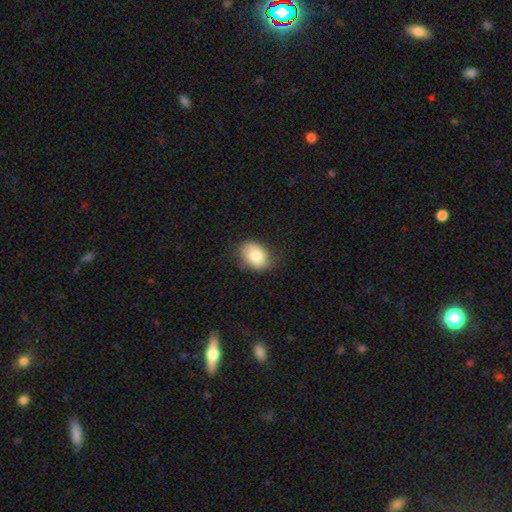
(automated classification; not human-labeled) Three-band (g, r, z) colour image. It shows a smooth galaxy with no disk features (81%) that is in between round and cigar-shaped (76%). Merging: none (67%).